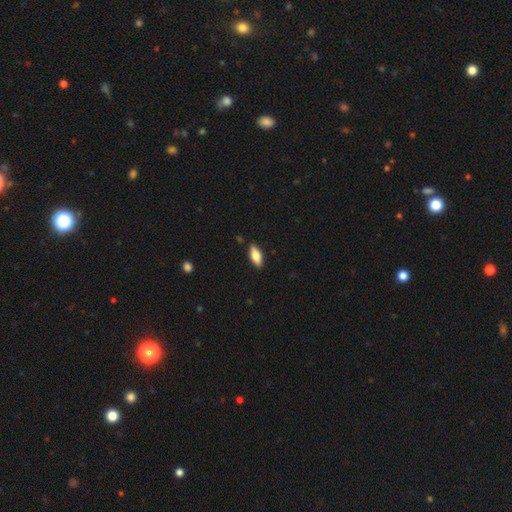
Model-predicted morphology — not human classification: smooth-or-featured: smooth: 71% | featured or disk: 22% | star or artifact: 6%
  how-rounded: in between: 77% | cigar-shaped: 20% | round: 2%
  merging: none: 88% | minor disturbance: 9% | major disturbance: 2% | merger: 1%